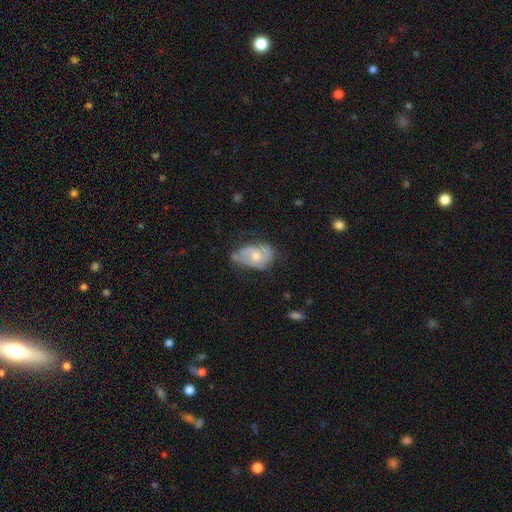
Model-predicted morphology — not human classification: This is possibly a featured or disk galaxy (59%). It is clearly not viewed edge-on (96%). Bar: likely no (77%). Spiral arm pattern: likely yes (69%). Central bulge: possibly moderate (60%). Merging: marginally none (40%).